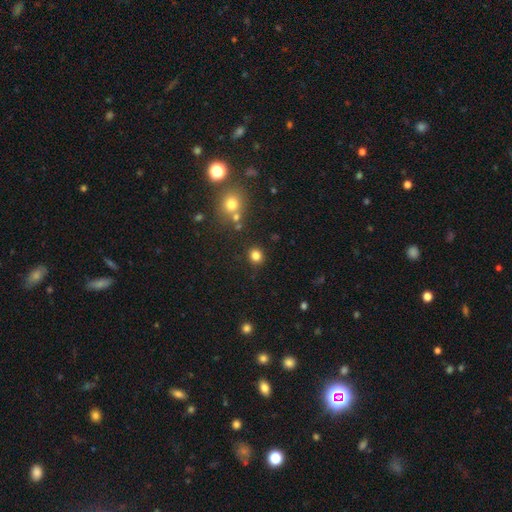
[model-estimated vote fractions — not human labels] Smooth or featured?
  - smooth: 81% *
  - star or artifact: 14%
  - featured or disk: 5%
How rounded?
  - round: 87% *
  - in between: 12%
  - cigar-shaped: 1%
Merging?
  - none: 87% *
  - minor disturbance: 7%
  - merger: 3%
  - major disturbance: 3%